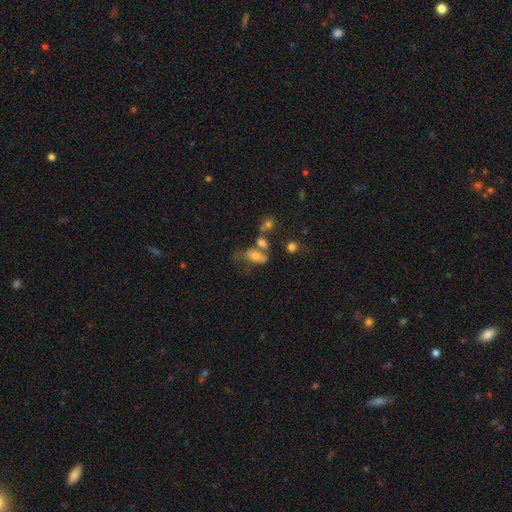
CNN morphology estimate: smooth_or_featured: smooth (p=0.53) [alt: featured or disk p=0.32]
how_rounded: in between (p=0.83) [alt: round p=0.12]
merging: merger (p=0.31) [alt: none p=0.26]